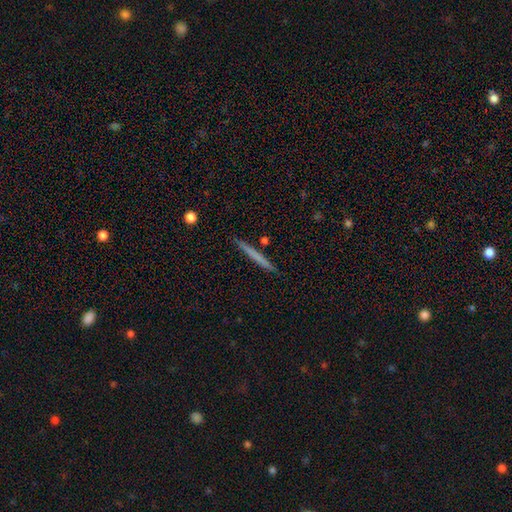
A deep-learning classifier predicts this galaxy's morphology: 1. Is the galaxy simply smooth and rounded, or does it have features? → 60% smooth, 35% featured or disk, 6% star or artifact.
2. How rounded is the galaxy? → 97% cigar-shaped, 2% in between, 1% round.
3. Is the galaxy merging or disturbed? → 91% none, 6% minor disturbance, 2% merger, 1% major disturbance.